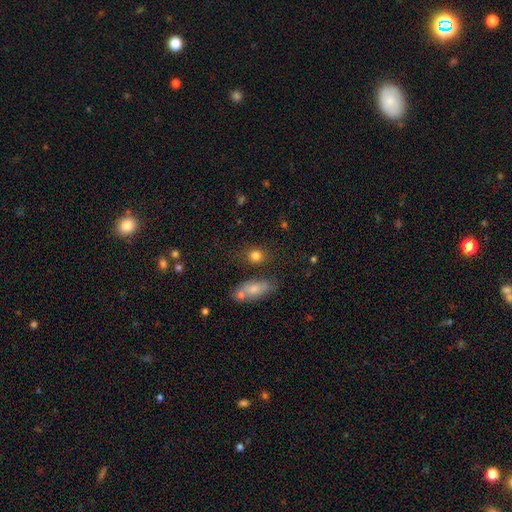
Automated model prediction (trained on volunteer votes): The model was most divided on "how rounded": round: 68%, in between: 30%, cigar-shaped: 3%. More confident: smooth or featured — smooth (81%); merging — none (72%).